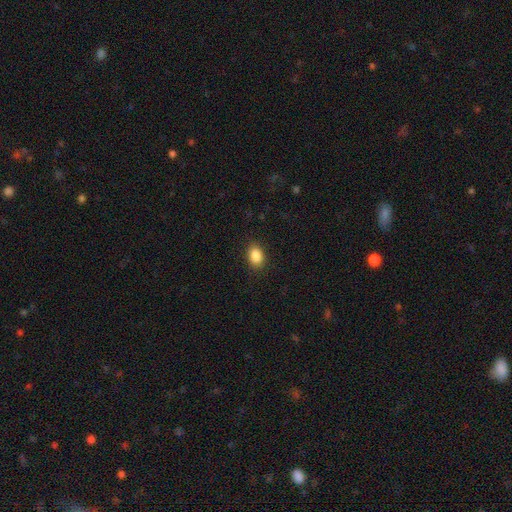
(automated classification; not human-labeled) Smooth or featured? smooth (87%)
How rounded? in between (81%)
Merging? none (88%)